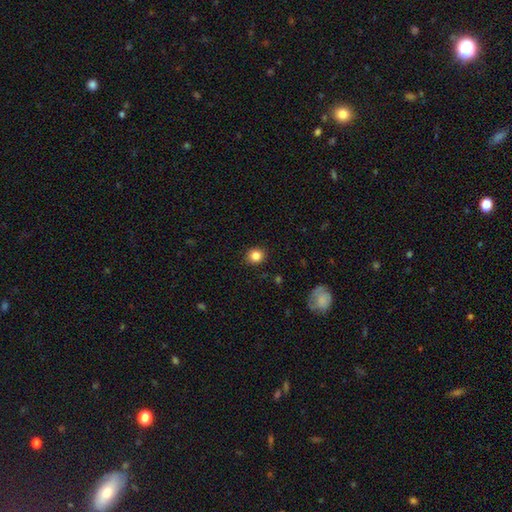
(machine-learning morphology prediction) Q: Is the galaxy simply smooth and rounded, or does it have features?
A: smooth — 85%.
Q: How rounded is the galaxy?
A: round — 84%.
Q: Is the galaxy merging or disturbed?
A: none — 90%.